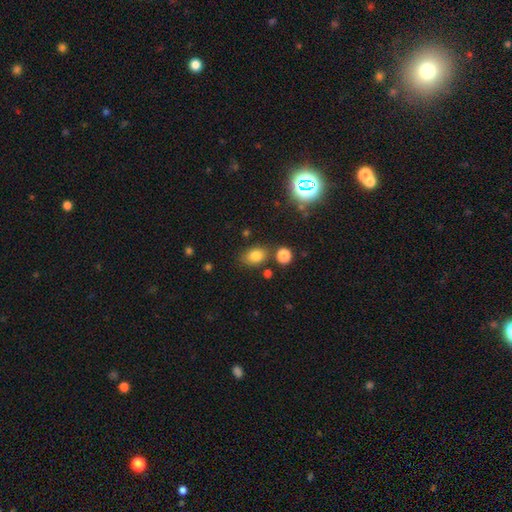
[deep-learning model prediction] Smooth or featured? smooth (80%)
How rounded? in between (73%)
Merging? none (75%)